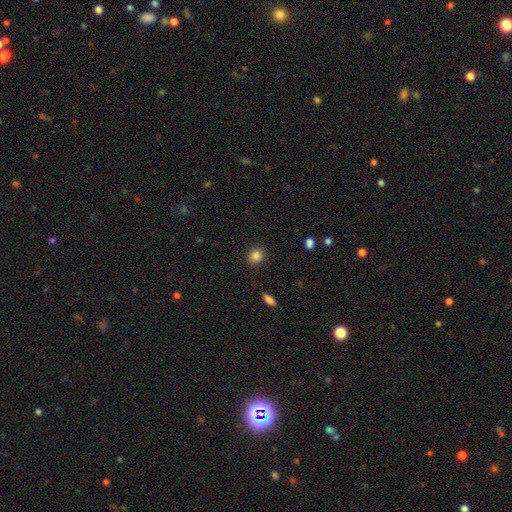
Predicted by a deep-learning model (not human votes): Morphology: type=smooth (85%); roundness=round (78%); merging=none (89%).